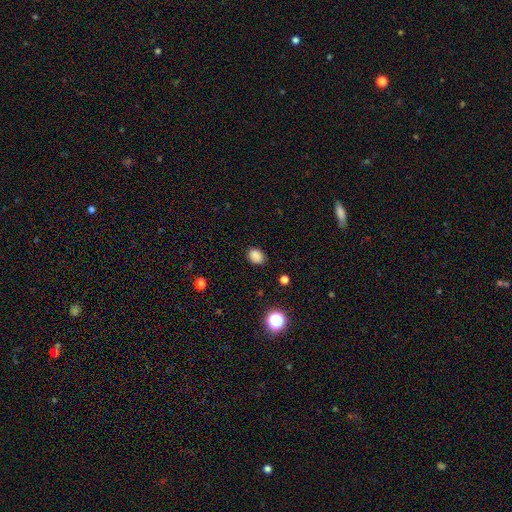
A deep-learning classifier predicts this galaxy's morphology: Overall: smooth (84%). How rounded: in between (65%; round 34%). Merging: none (83%).